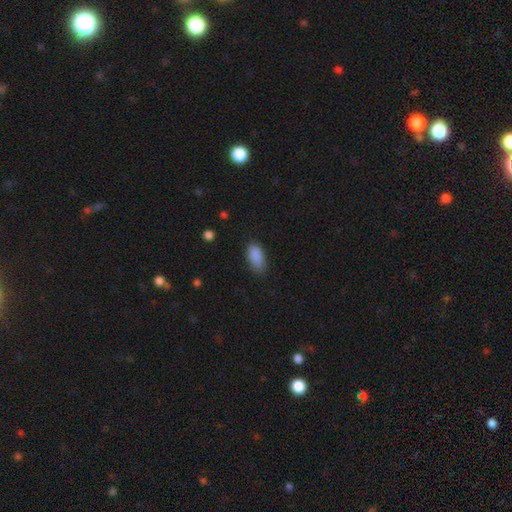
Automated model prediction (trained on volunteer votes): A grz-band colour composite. It shows a smooth galaxy with no disk features (88%) that is in between round and cigar-shaped (90%). Merging: none (76%).